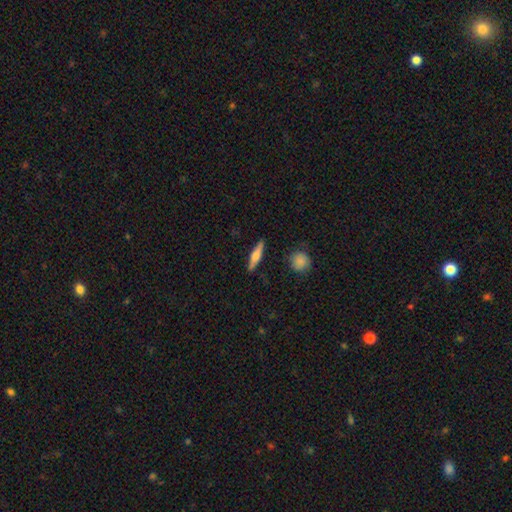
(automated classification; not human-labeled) smooth-or-featured: featured or disk: 49% | smooth: 45% | star or artifact: 6%
  merging: none: 89% | minor disturbance: 8% | major disturbance: 2% | merger: 2%